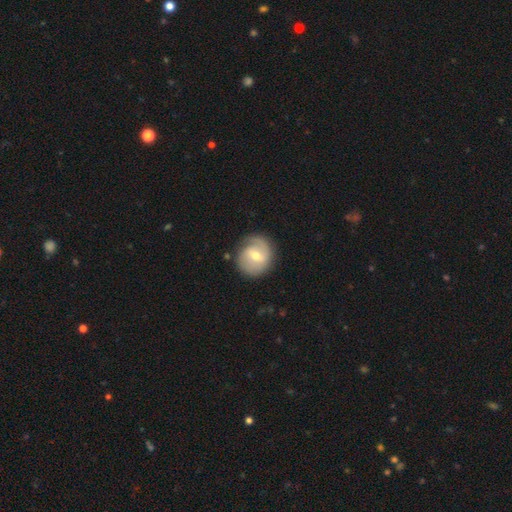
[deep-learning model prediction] Smooth or featured: featured or disk — 69% (smooth — 25%)
Edge-on disk: no — 97% (yes — 3%)
Bar: weak — 57% (no — 27%)
Spiral arms: yes — 88% (no — 12%)
Spiral winding: tight — 40% (tied with medium — 40%)
Spiral arm count: 2 — 60% (1 — 21%)
Bulge size: moderate — 64% (small — 31%)
Merging: none — 76% (minor disturbance — 16%)